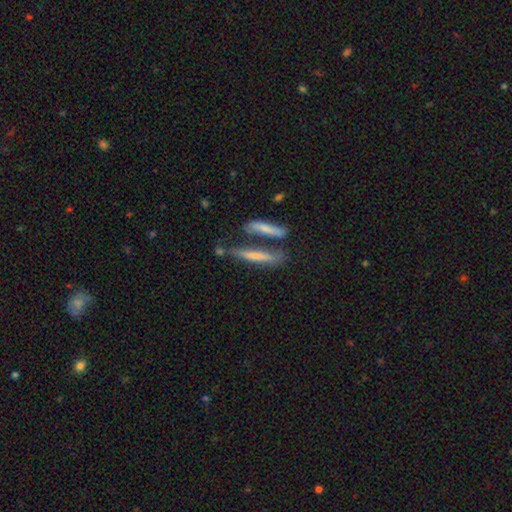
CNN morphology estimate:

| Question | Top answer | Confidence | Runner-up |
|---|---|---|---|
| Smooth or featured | smooth | 47% | featured or disk (44%) |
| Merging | none | 52% | merger (28%) |